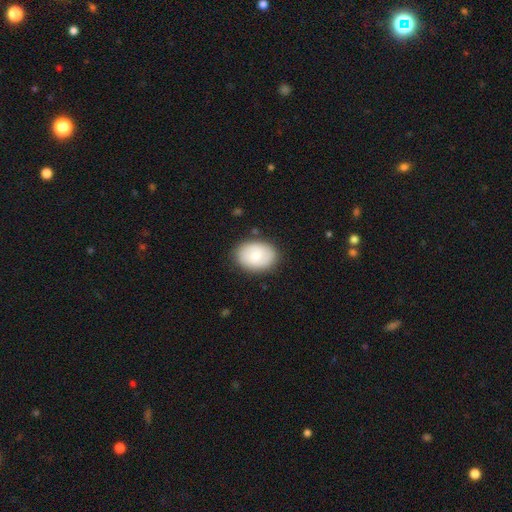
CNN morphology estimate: Overall: smooth (68%). How rounded: in between (69%; round 30%). Merging: none (84%).